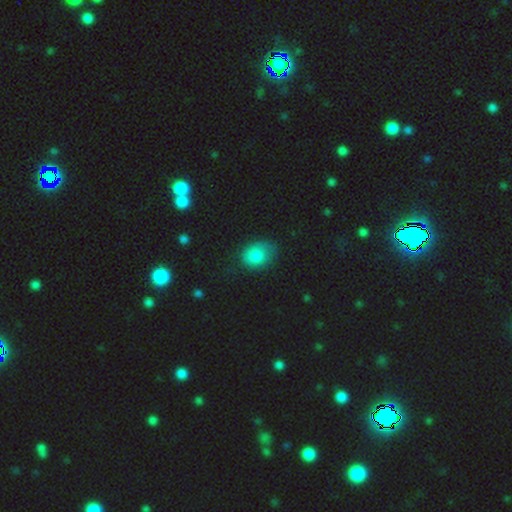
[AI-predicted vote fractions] This is likely a smooth galaxy (79%). How rounded: likely in between (65%). Merging: possibly none (59%).